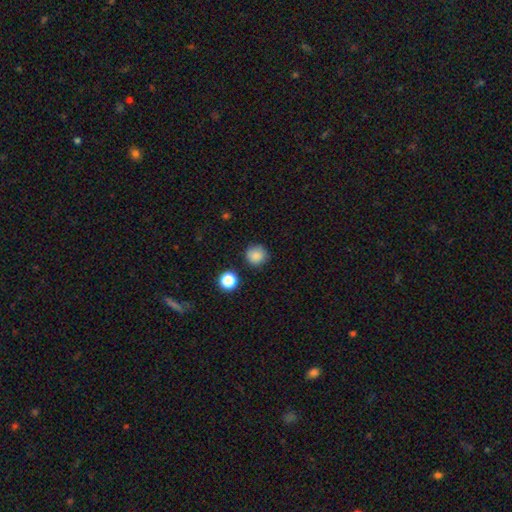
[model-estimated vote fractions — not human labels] Smooth or featured: smooth — 85% (star or artifact — 11%)
How rounded: round — 93% (in between — 6%)
Merging: none — 86% (minor disturbance — 9%)